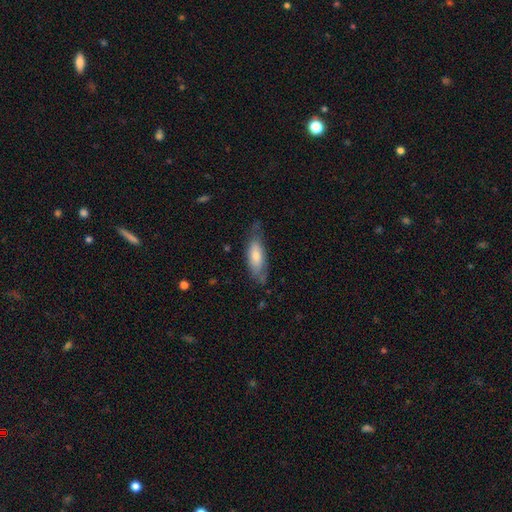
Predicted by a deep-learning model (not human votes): smooth_or_featured: smooth (p=0.62) [alt: featured or disk p=0.31]
how_rounded: in between (p=0.61) [alt: cigar-shaped p=0.38]
merging: none (p=0.64) [alt: minor disturbance p=0.26]